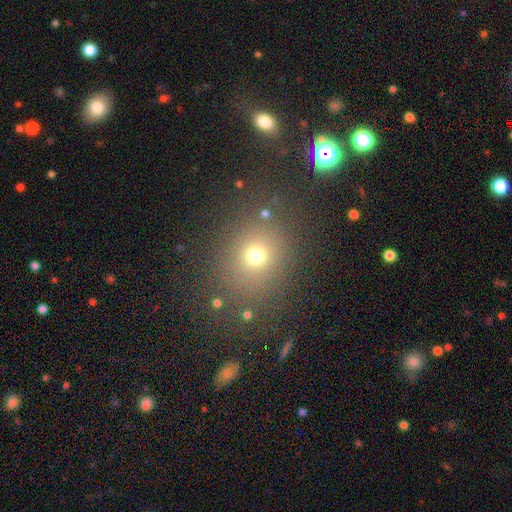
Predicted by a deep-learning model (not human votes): Overall: smooth (70%). How rounded: round (71%). Merging: none (80%).